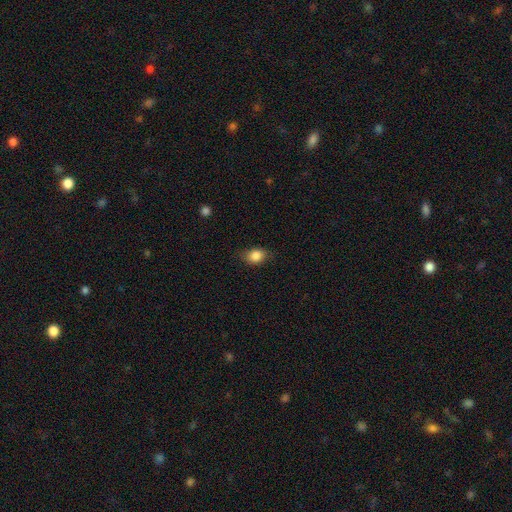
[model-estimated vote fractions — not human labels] The model was most divided on "how rounded": in between: 65%, round: 34%, cigar-shaped: 2%. More confident: smooth or featured — smooth (85%); merging — none (76%).